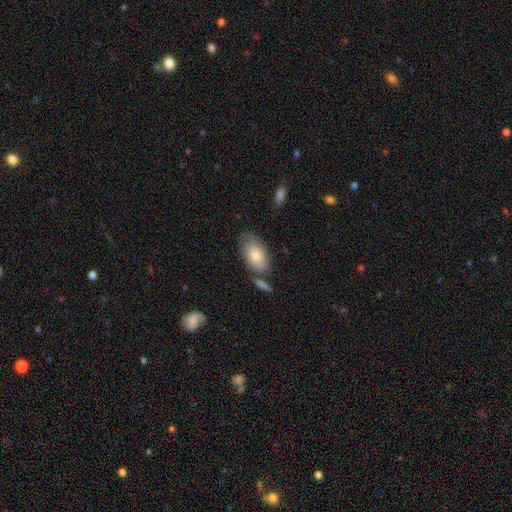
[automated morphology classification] Smooth or featured? smooth (77%)
How rounded? in between (92%)
Merging? none (60%)